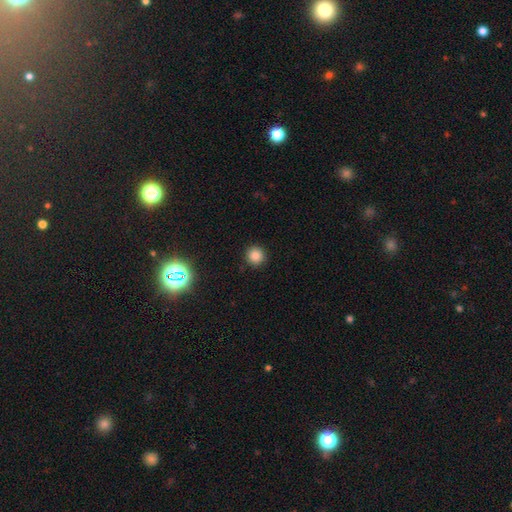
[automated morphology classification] A smooth galaxy with no disk features (82%) that is round (95%).

Vote fractions:
- Smooth or featured? smooth: 82% / star or artifact: 14% / featured or disk: 4%
- How rounded? round: 95% / in between: 4% / cigar-shaped: 1%
- Merging? none: 91% / minor disturbance: 6% / major disturbance: 2% / merger: 1%